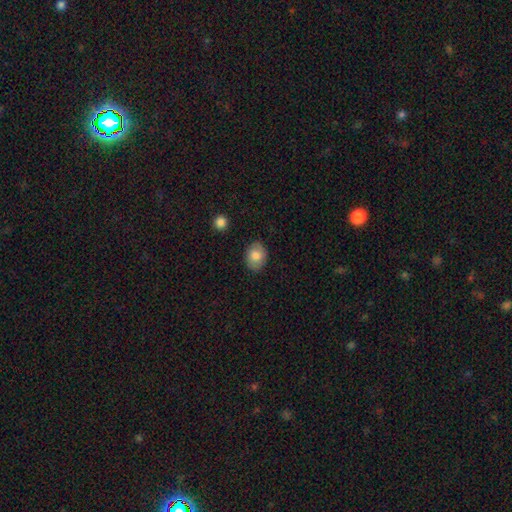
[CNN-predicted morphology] A smooth galaxy with no disk features (81%) that is in between round and cigar-shaped (70%). Merging: none (85%).